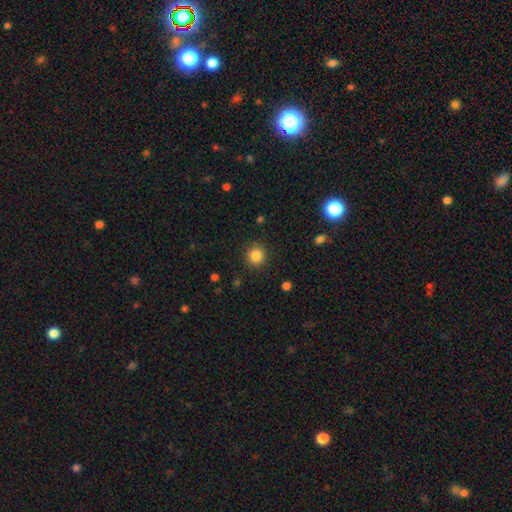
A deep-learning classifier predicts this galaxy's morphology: Smooth or featured? Predicted: smooth (p=0.85). How rounded? Predicted: round (p=0.90). Merging? Predicted: none (p=0.89).